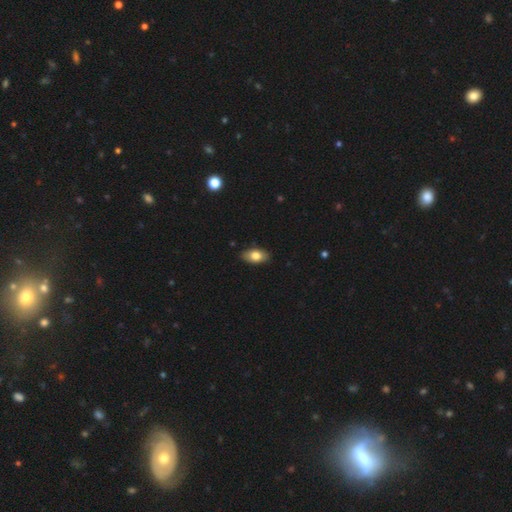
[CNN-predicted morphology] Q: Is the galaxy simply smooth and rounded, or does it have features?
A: smooth — 78%.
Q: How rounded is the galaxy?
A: in between — 91%.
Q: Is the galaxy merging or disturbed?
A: none — 88%.